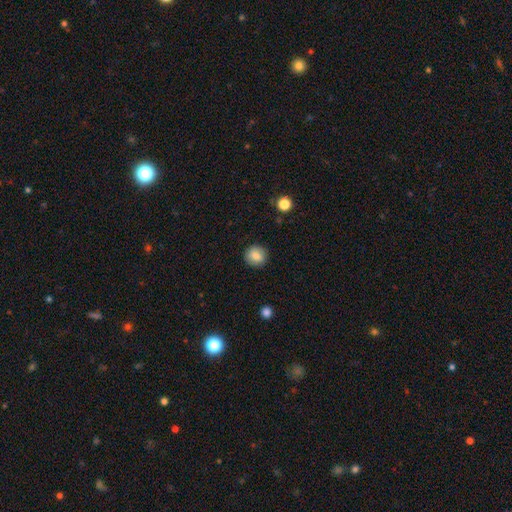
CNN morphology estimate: smooth-or-featured: smooth: 85% | star or artifact: 9% | featured or disk: 7%
  how-rounded: round: 88% | in between: 11% | cigar-shaped: 1%
  merging: none: 90% | minor disturbance: 7% | major disturbance: 2% | merger: 1%